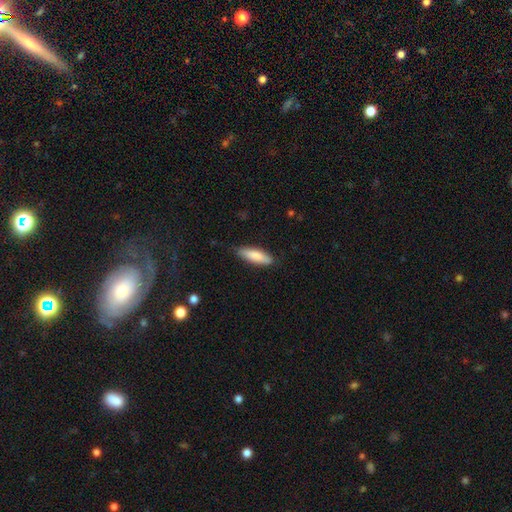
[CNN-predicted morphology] Q: Smooth or featured?
A: smooth (83%); runner-up: featured or disk (11%)
Q: How rounded?
A: cigar-shaped (53%); runner-up: in between (45%)
Q: Merging?
A: none (81%); runner-up: minor disturbance (15%)